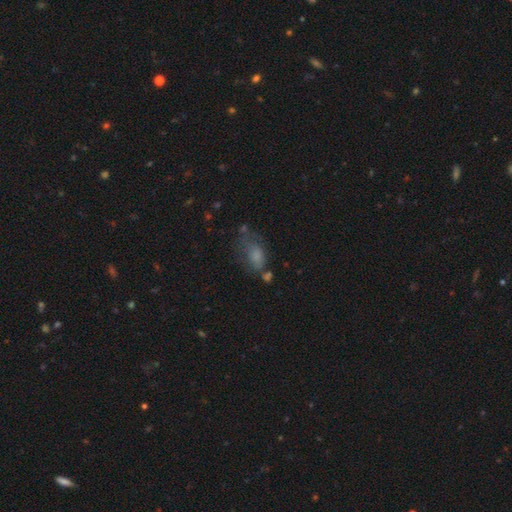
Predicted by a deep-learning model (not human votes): This is likely a smooth galaxy (65%). How rounded: clearly in between (84%). Merging: marginally none (37%).